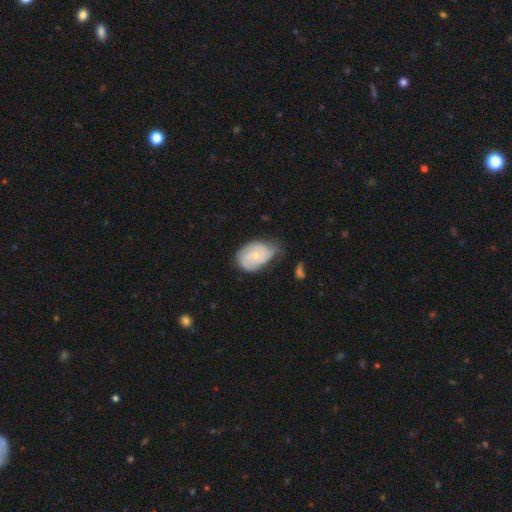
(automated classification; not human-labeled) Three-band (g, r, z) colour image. It shows a featured or disk galaxy (47%, tied with smooth). Merging: minor disturbance (43%).